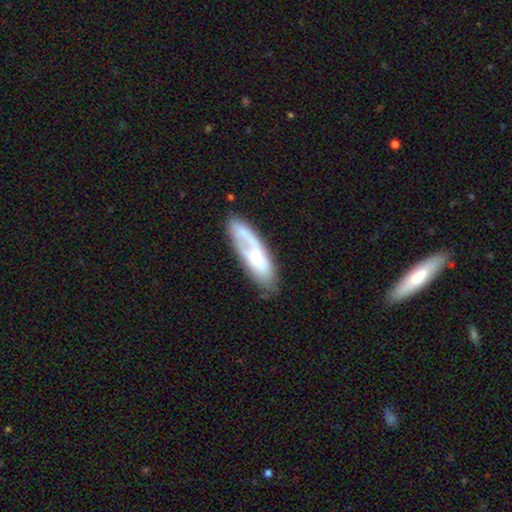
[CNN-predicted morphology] smooth_or_featured: featured or disk (p=0.50) [alt: smooth p=0.44]
merging: none (p=0.63) [alt: minor disturbance p=0.23]